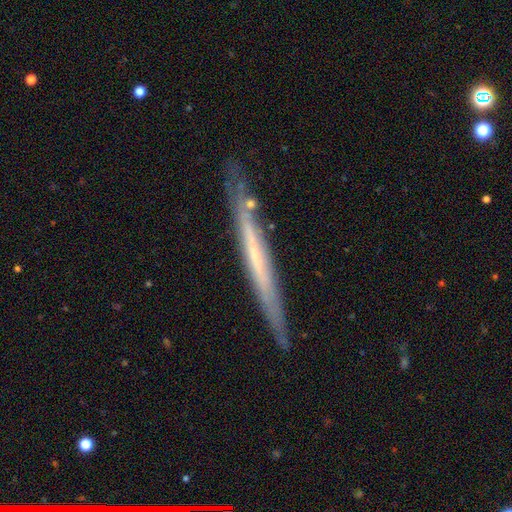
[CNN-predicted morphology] featured or disk 64%, smooth 30%, star or artifact 6%. Down the decision tree: edge-on disk — yes (94%); edge-on bulge — none (82%); merging — none (84%).